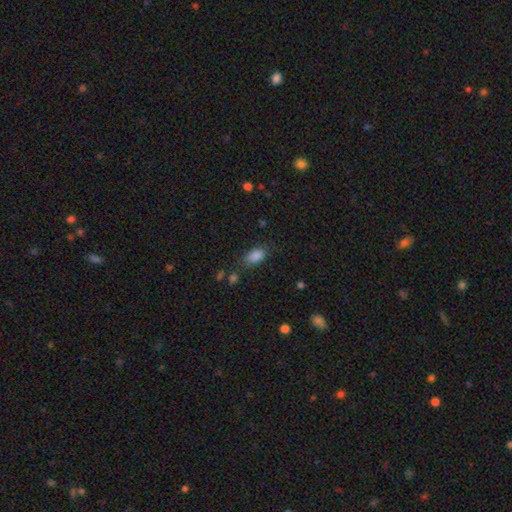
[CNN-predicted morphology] smooth-or-featured: smooth: 86% | star or artifact: 9% | featured or disk: 5%
  how-rounded: in between: 89% | round: 6% | cigar-shaped: 5%
  merging: none: 73% | minor disturbance: 17% | major disturbance: 6% | merger: 4%